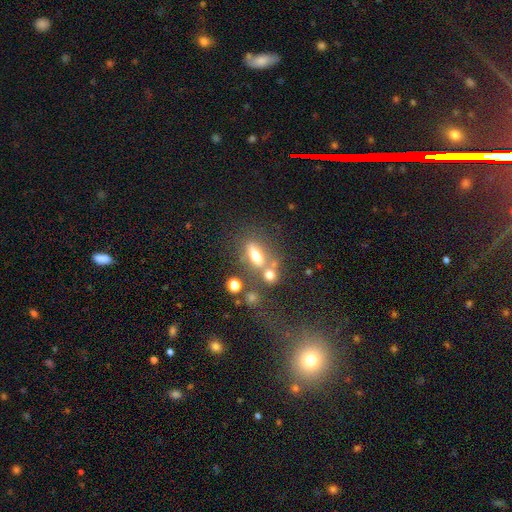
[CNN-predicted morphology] smooth-or-featured: smooth: 66% | featured or disk: 21% | star or artifact: 14%
  how-rounded: in between: 72% | cigar-shaped: 15% | round: 13%
  merging: none: 52% | merger: 28% | minor disturbance: 12% | major disturbance: 8%